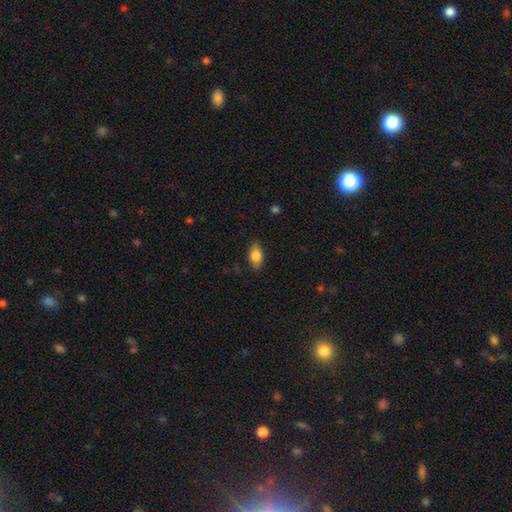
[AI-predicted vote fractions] This appears to be a smooth galaxy with no disk features (78%) that is in between round and cigar-shaped (87%). Merging: none (83%).